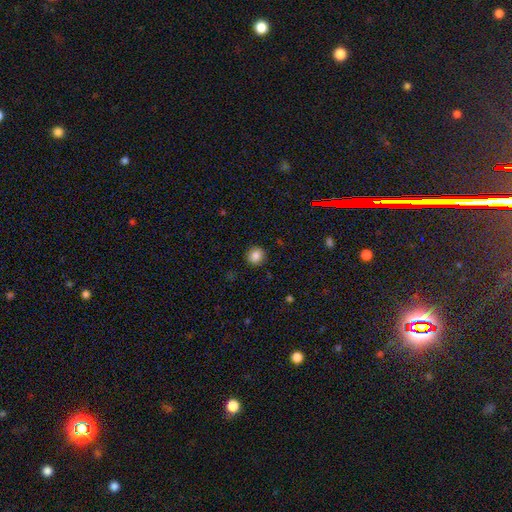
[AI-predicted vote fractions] Smooth or featured? Predicted: smooth (p=0.86). How rounded? Predicted: round (p=0.87). Merging? Predicted: none (p=0.90).